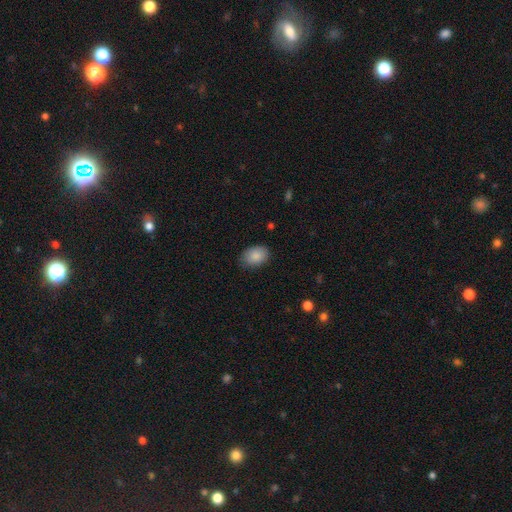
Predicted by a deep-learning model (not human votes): The model was most divided on "how rounded": in between: 81%, round: 18%, cigar-shaped: 1%. More confident: smooth or featured — smooth (88%); merging — none (81%).